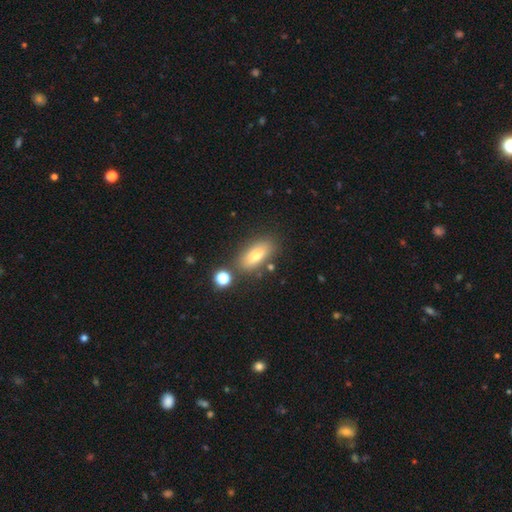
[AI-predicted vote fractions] Overall: smooth (68%). How rounded: in between (78%). Merging: none (76%).